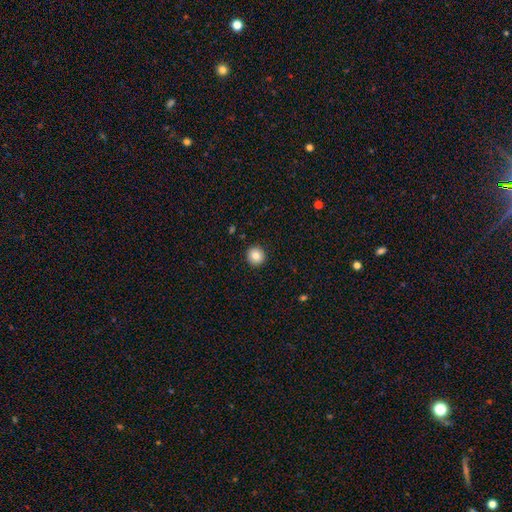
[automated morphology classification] A smooth galaxy with no disk features (83%) that is round (94%). Merging: none (92%).